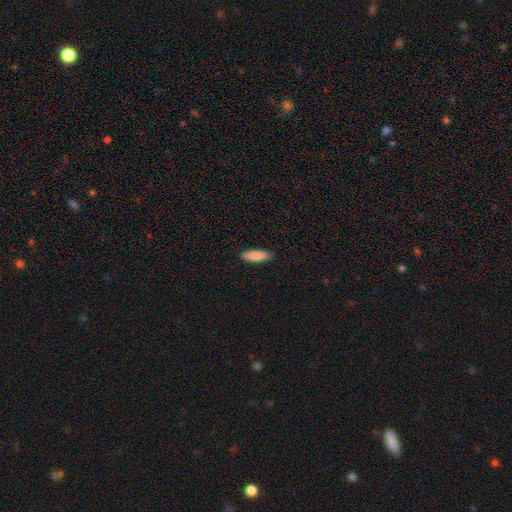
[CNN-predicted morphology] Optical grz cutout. It shows a smooth galaxy with no disk features (87%) that is cigar-shaped (52%). Merging: none (90%).